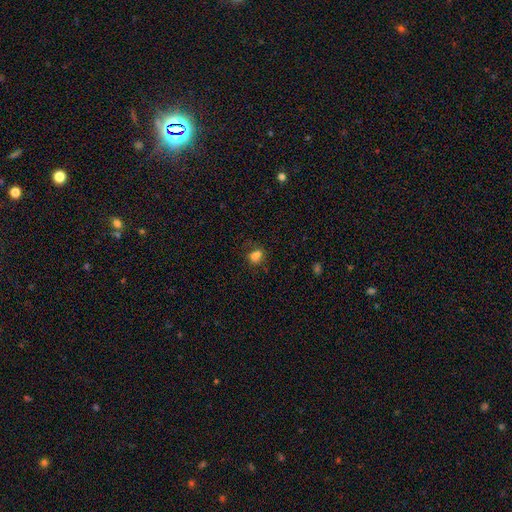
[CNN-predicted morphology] smooth 75%, star or artifact 17%, featured or disk 8%. Down the decision tree: how rounded — in between (53%); merging — none (57%).